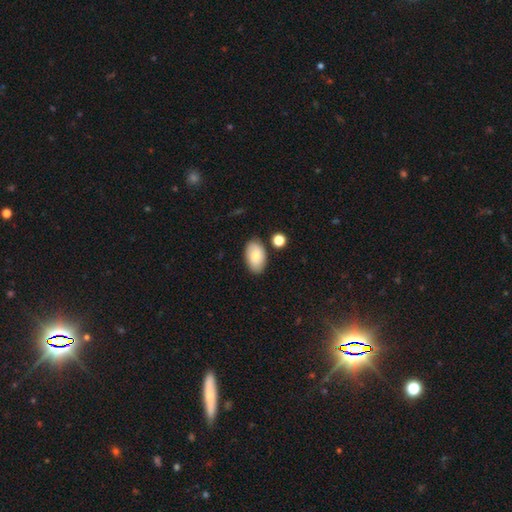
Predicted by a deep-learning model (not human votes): Morphology: type=smooth (80%); roundness=in between (93%); merging=none (81%).